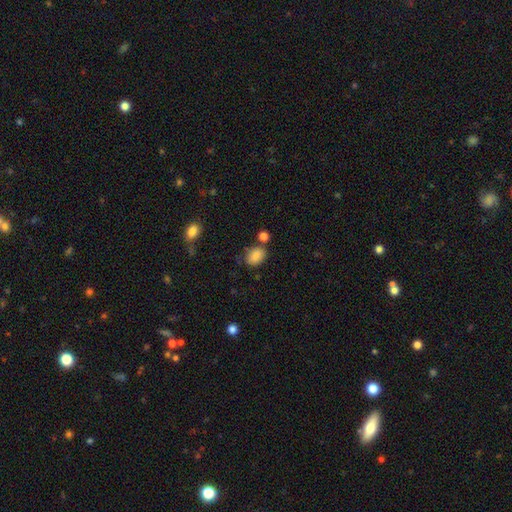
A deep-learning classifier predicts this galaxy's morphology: A smooth galaxy with no disk features (84%) that is in between round and cigar-shaped (72%).

Vote fractions:
- Smooth or featured? smooth: 84% / star or artifact: 9% / featured or disk: 7%
- How rounded? in between: 72% / round: 27% / cigar-shaped: 1%
- Merging? none: 69% / minor disturbance: 17% / merger: 10% / major disturbance: 4%